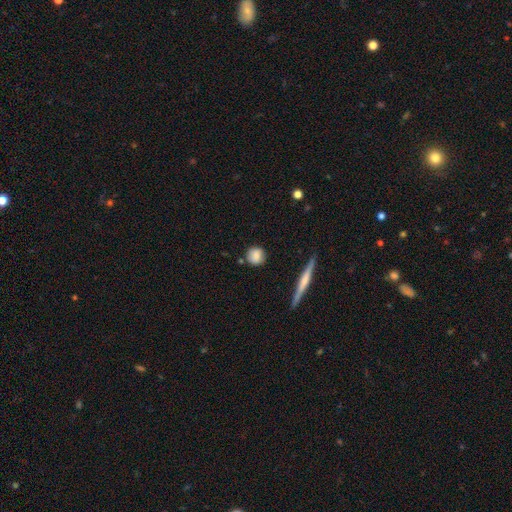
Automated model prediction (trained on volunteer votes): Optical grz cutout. It shows a smooth galaxy with no disk features (82%) that is round (86%). Merging: none (81%).